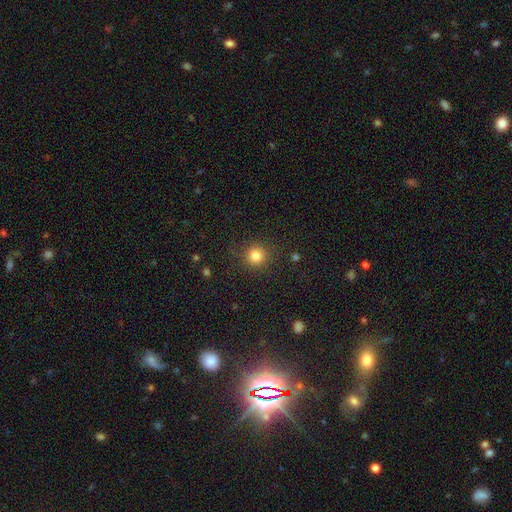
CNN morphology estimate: Smooth or featured?
  - smooth: 83% *
  - star or artifact: 12%
  - featured or disk: 5%
How rounded?
  - round: 93% *
  - in between: 7%
  - cigar-shaped: 1%
Merging?
  - none: 87% *
  - minor disturbance: 8%
  - major disturbance: 4%
  - merger: 1%